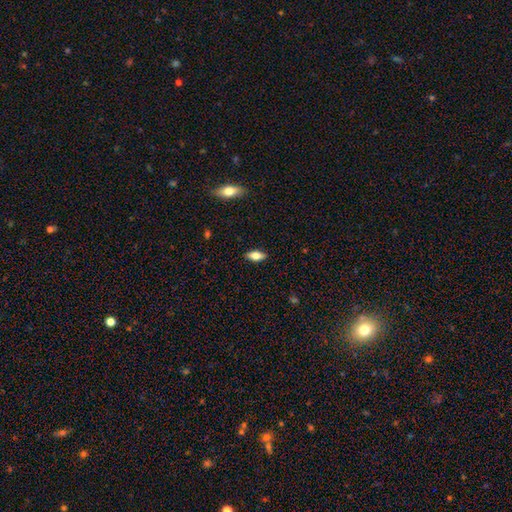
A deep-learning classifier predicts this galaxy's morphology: Smooth or featured? Predicted: smooth (p=0.72). How rounded? Predicted: in between (p=0.84). Merging? Predicted: none (p=0.89).